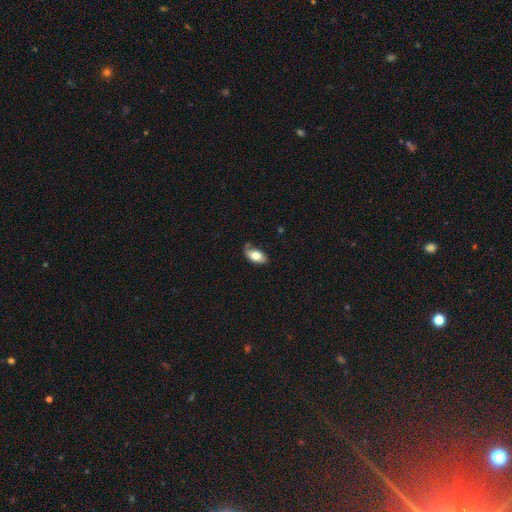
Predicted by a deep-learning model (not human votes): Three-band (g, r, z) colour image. It shows a smooth galaxy with no disk features (76%) that is in between round and cigar-shaped (92%). Merging: none (62%).